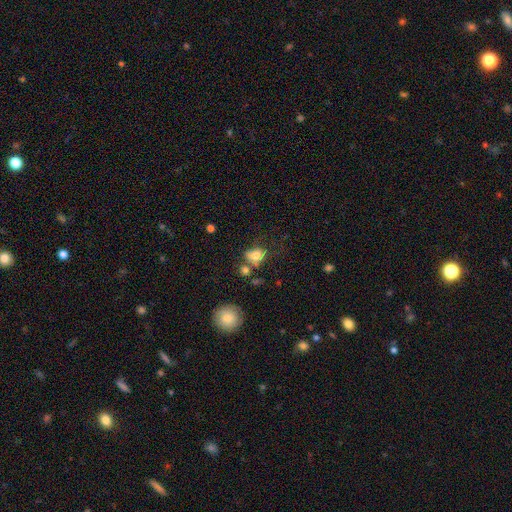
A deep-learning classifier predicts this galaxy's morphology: smooth-or-featured: smooth: 77% | featured or disk: 12% | star or artifact: 11%
  how-rounded: in between: 57% | round: 42% | cigar-shaped: 1%
  merging: none: 44% | minor disturbance: 22% | merger: 22% | major disturbance: 13%